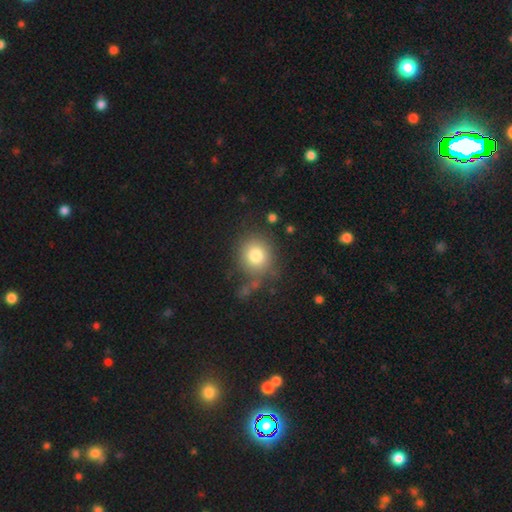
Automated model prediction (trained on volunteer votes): Smooth or featured? smooth (79%)
How rounded? round (83%)
Merging? none (71%)